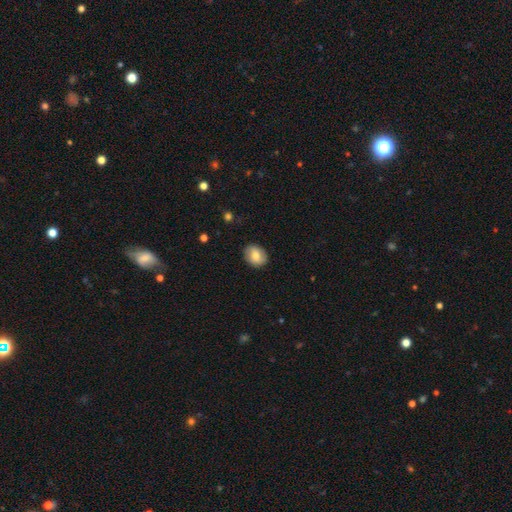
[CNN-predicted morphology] A smooth galaxy with no disk features (75%) that is round (52%).

Vote fractions:
- Smooth or featured? smooth: 75% / featured or disk: 18% / star or artifact: 8%
- How rounded? round: 52% / in between: 47% / cigar-shaped: 1%
- Merging? none: 86% / minor disturbance: 11% / major disturbance: 3% / merger: 1%